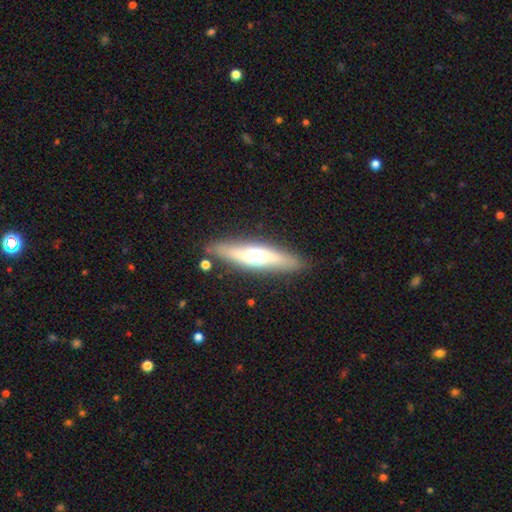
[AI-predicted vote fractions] Smooth or featured: featured or disk — 52% (smooth — 42%)
Edge-on disk: yes — 83% (no — 17%)
Merging: none — 85% (minor disturbance — 10%)